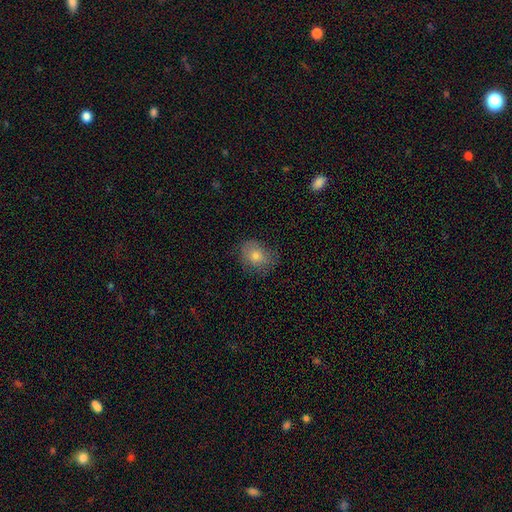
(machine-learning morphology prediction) This is likely a smooth galaxy (73%). How rounded: possibly round (52%). Merging: likely none (75%).